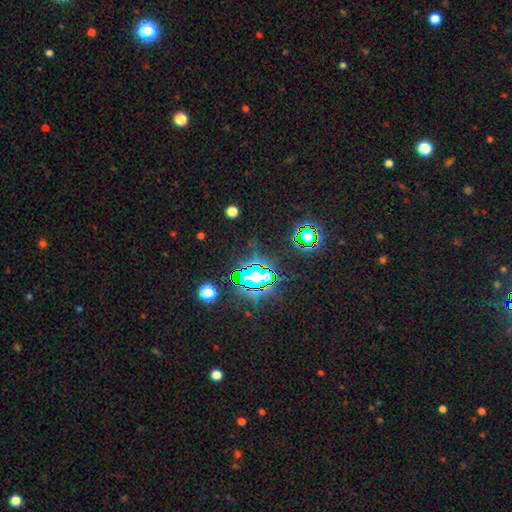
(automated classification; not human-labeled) A star or artifact, not a galaxy (78%).